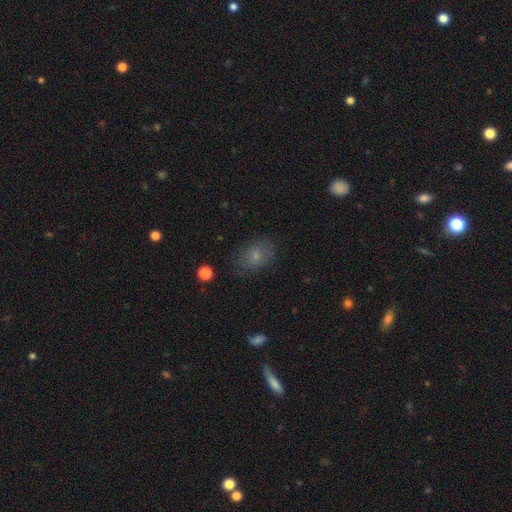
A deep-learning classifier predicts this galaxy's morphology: smooth-or-featured: smooth: 73% | featured or disk: 15% | star or artifact: 12%
  how-rounded: in between: 77% | round: 22% | cigar-shaped: 1%
  merging: none: 79% | minor disturbance: 15% | major disturbance: 5% | merger: 1%